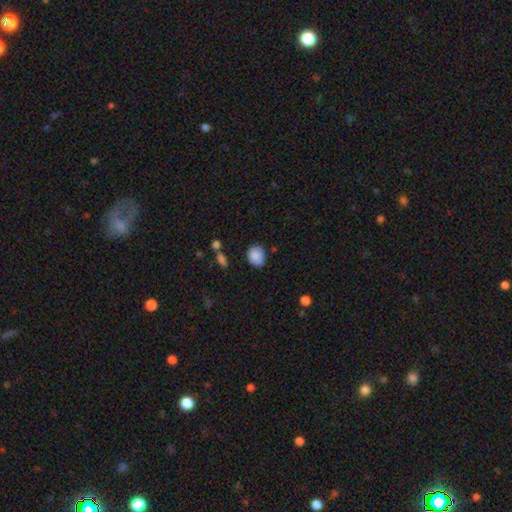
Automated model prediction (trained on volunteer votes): Smooth or featured?
  - smooth: 88% *
  - star or artifact: 8%
  - featured or disk: 5%
How rounded?
  - round: 59% *
  - in between: 40%
  - cigar-shaped: 1%
Merging?
  - none: 74% *
  - minor disturbance: 19%
  - major disturbance: 4%
  - merger: 3%